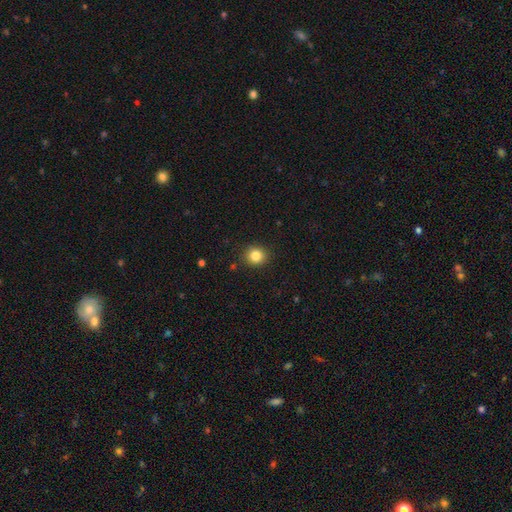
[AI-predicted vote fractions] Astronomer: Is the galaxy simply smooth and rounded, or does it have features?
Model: smooth — 84%.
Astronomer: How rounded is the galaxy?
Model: round — 86%.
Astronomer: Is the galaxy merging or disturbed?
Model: none — 90%.